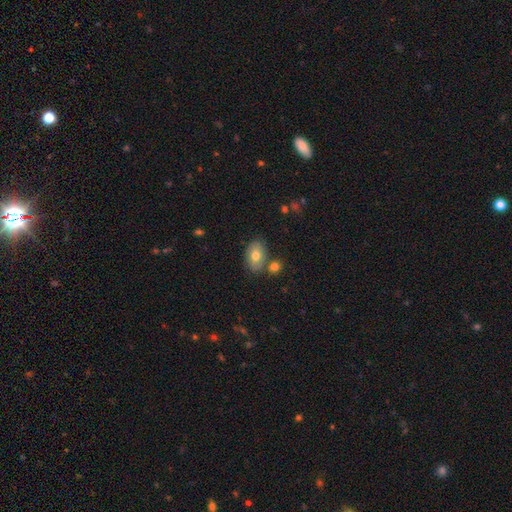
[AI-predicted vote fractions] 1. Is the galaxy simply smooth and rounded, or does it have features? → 70% smooth, 22% featured or disk, 8% star or artifact.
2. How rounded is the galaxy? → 86% in between, 13% round, 1% cigar-shaped.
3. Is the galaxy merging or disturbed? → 68% none, 15% minor disturbance, 13% merger, 4% major disturbance.